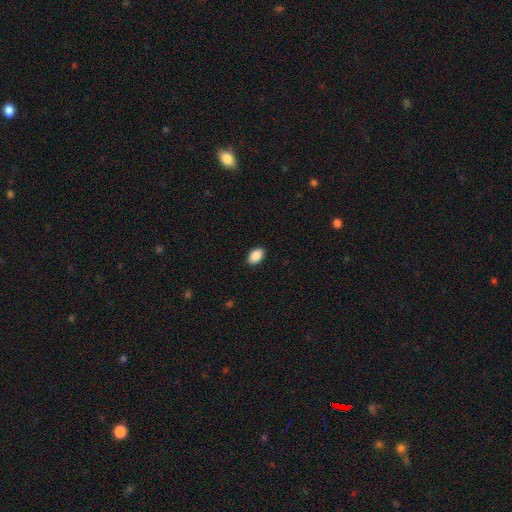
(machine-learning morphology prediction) The model was most divided on "how rounded": in between: 89%, round: 10%, cigar-shaped: 1%. More confident: merging — none (90%); smooth or featured — smooth (89%).